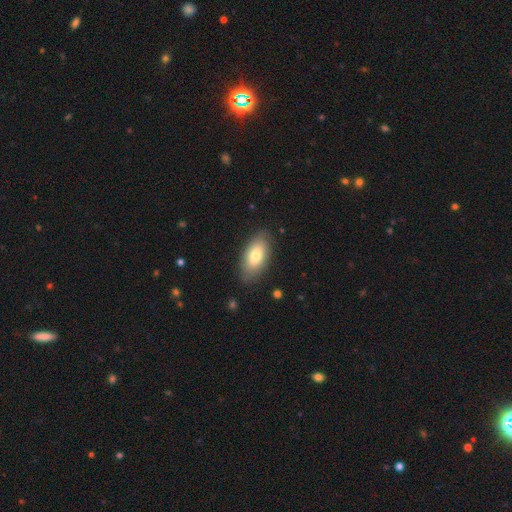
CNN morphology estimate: The model was most divided on "smooth or featured": smooth: 75%, featured or disk: 18%, star or artifact: 6%. More confident: how rounded — in between (92%); merging — none (84%).